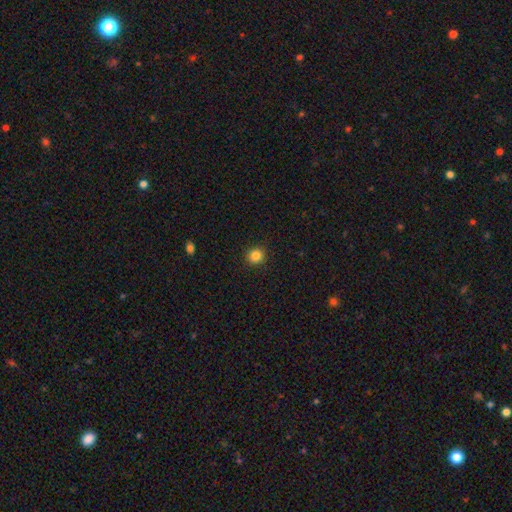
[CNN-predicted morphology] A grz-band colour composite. It shows a smooth galaxy with no disk features (84%) that is round (91%). Merging: none (92%).